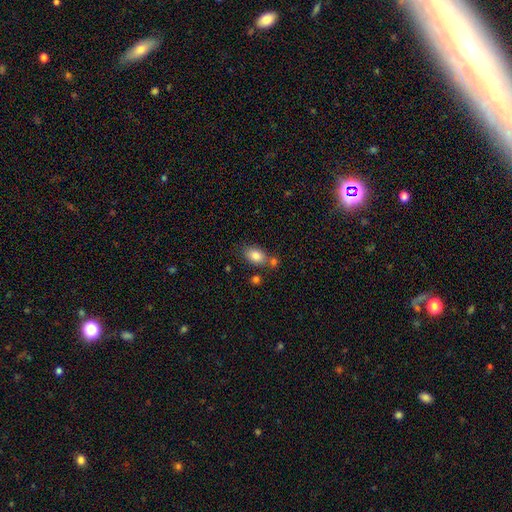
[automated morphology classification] Q: Smooth or featured?
A: smooth (83%); runner-up: featured or disk (9%)
Q: How rounded?
A: in between (84%); runner-up: round (14%)
Q: Merging?
A: none (62%); runner-up: merger (20%)